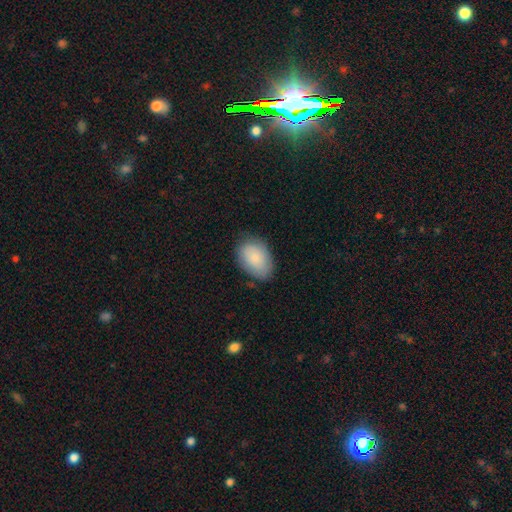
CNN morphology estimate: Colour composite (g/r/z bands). It shows a smooth galaxy with no disk features (82%) that is in between round and cigar-shaped (87%). Merging: none (78%).